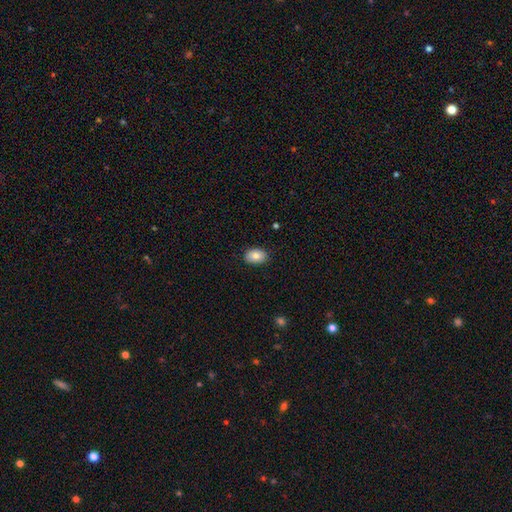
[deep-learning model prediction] This is clearly a smooth galaxy (85%). How rounded: clearly in between (86%). Merging: clearly none (87%).